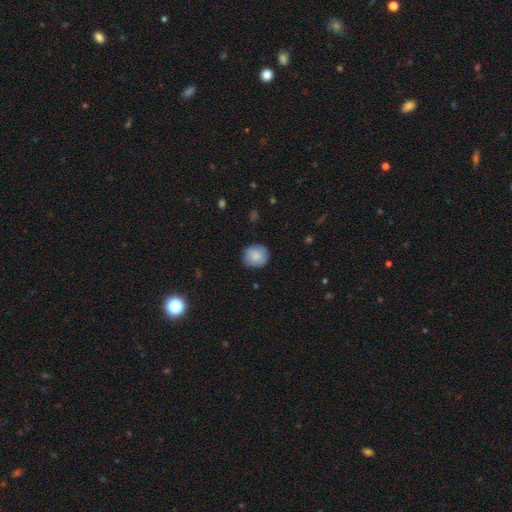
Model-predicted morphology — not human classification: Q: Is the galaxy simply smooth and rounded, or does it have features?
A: smooth — 86%.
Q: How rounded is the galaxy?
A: round — 87%.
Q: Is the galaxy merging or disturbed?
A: none — 84%.